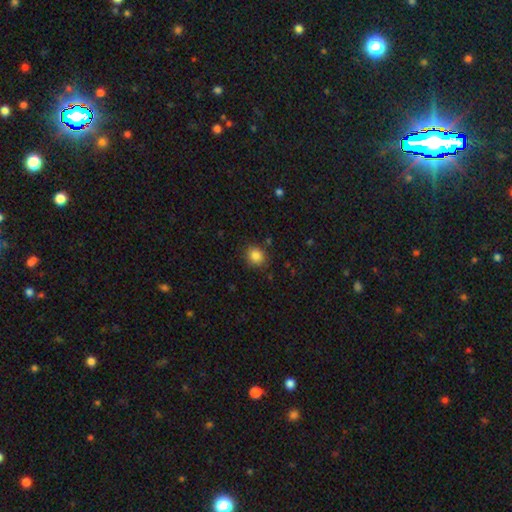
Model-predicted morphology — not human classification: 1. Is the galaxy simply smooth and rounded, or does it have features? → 85% smooth, 10% star or artifact, 5% featured or disk.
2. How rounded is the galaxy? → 78% round, 21% in between, 1% cigar-shaped.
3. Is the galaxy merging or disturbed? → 86% none, 9% minor disturbance, 3% major disturbance, 2% merger.